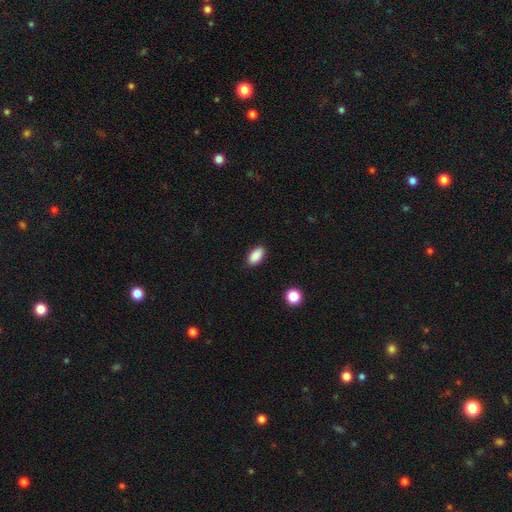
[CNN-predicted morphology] Smooth or featured? Predicted: smooth (p=0.88). How rounded? Predicted: in between (p=0.92). Merging? Predicted: none (p=0.88).